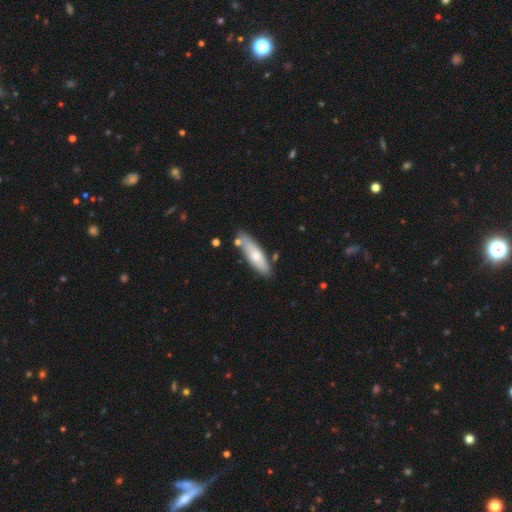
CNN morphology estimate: The model was most divided on "how rounded": cigar-shaped: 57%, in between: 42%, round: 2%. More confident: merging — none (78%); smooth or featured — smooth (66%).